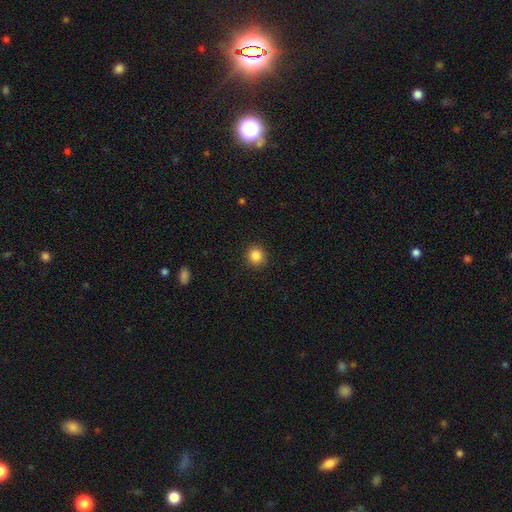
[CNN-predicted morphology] Smooth or featured? smooth (85%)
How rounded? round (91%)
Merging? none (91%)